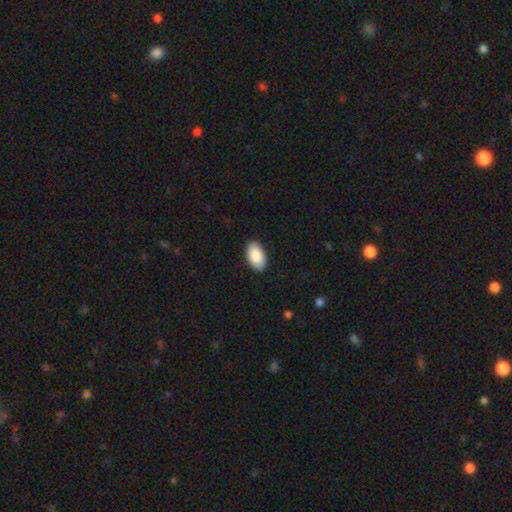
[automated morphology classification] smooth 88%, featured or disk 6%, star or artifact 6%. Down the decision tree: how rounded — in between (95%); merging — none (89%).